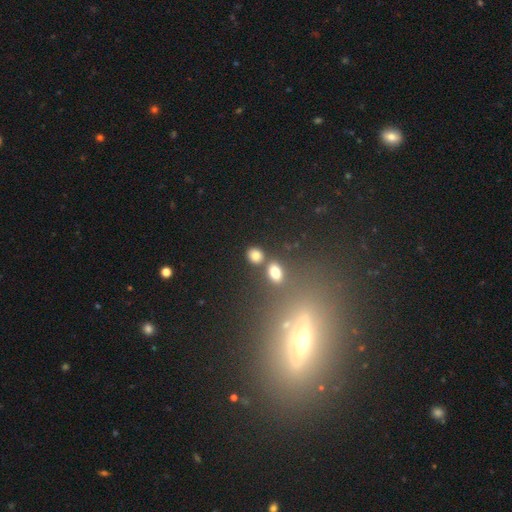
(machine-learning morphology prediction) Smooth or featured? smooth (80%)
How rounded? round (58%)
Merging? none (70%)